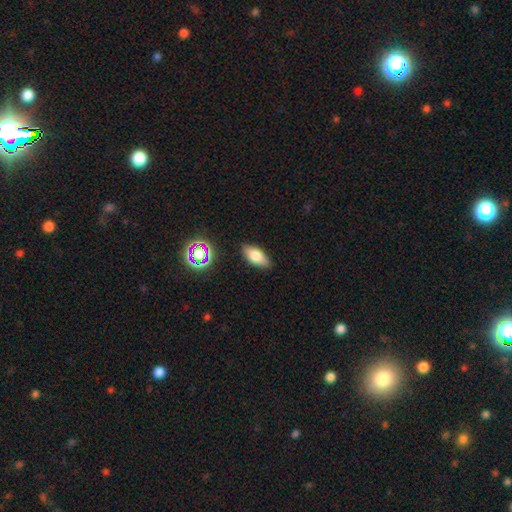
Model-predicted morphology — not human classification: smooth 73%, featured or disk 17%, star or artifact 11%. Down the decision tree: how rounded — in between (86%); merging — none (85%).